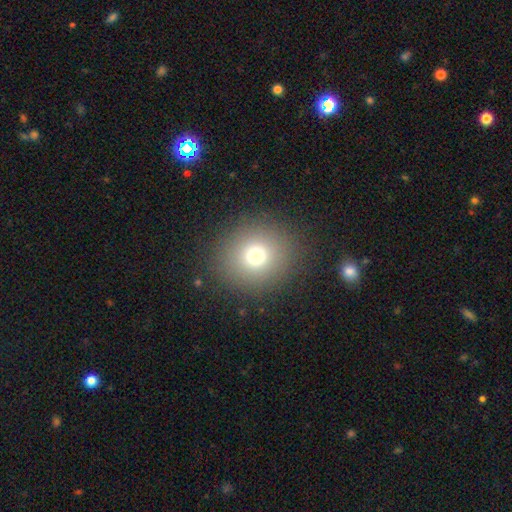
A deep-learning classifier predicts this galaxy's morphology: type=smooth (73%); roundness=round (87%); merging=none (89%).